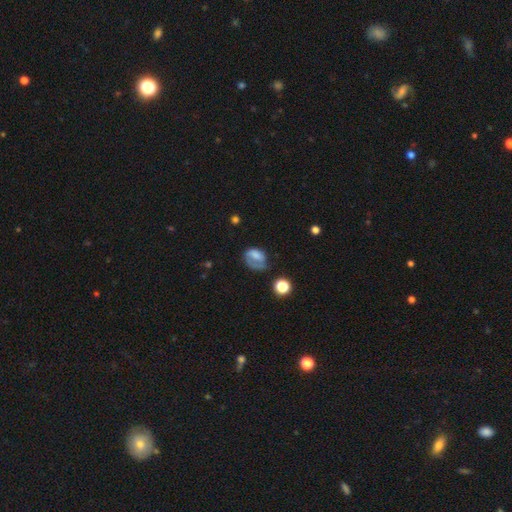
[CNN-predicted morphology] Smooth or featured: smooth — 53% (featured or disk — 36%)
How rounded: in between — 64% (round — 34%)
Merging: none — 36% (major disturbance — 34%)